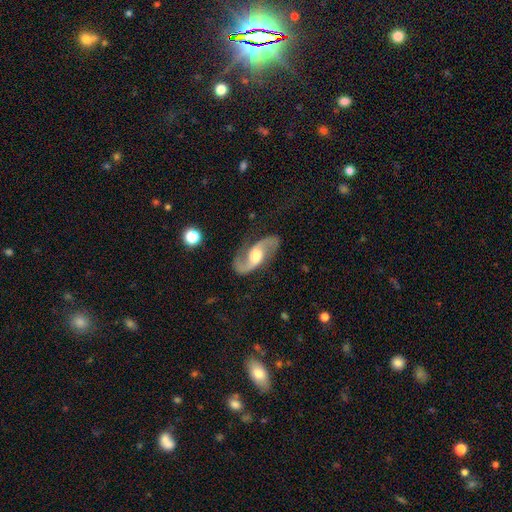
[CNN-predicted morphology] Smooth or featured?
  - featured or disk: 89% *
  - smooth: 6%
  - star or artifact: 4%
Edge-on disk?
  - no: 96% *
  - yes: 4%
Bar?
  - no: 50% *
  - weak: 38%
  - strong: 12%
Spiral arms?
  - yes: 97% *
  - no: 3%
Spiral winding?
  - loose: 55% *
  - medium: 37%
  - tight: 8%
Spiral arm count?
  - 2: 94% *
  - 1: 2%
  - can't tell: 2%
  - 3: 1%
  - 4: 1%
  - more than 4: 1%
Bulge size?
  - moderate: 58% *
  - large: 26%
  - small: 11%
  - none: 3%
  - dominant: 2%
Merging?
  - none: 80% *
  - minor disturbance: 13%
  - major disturbance: 6%
  - merger: 2%